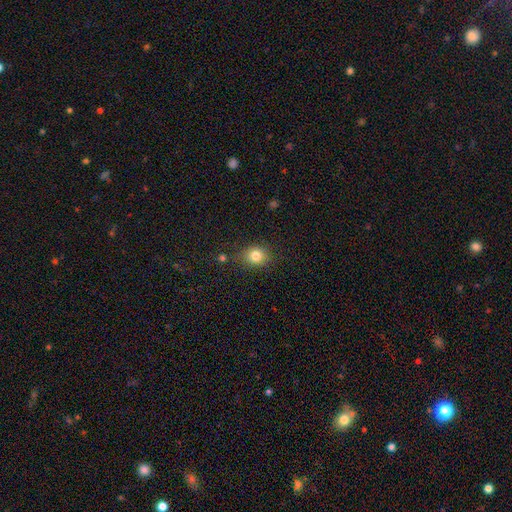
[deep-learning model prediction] A smooth galaxy with no disk features (81%) that is round (71%).

Vote fractions:
- Smooth or featured? smooth: 81% / star or artifact: 12% / featured or disk: 7%
- How rounded? round: 71% / in between: 28% / cigar-shaped: 1%
- Merging? none: 77% / minor disturbance: 14% / merger: 4% / major disturbance: 4%